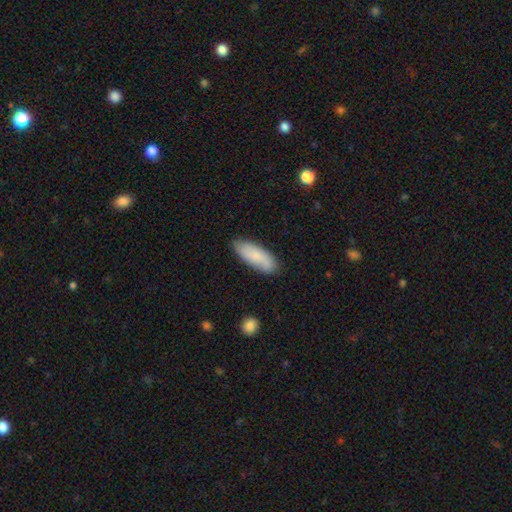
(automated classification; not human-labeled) Smooth or featured? smooth (75%)
How rounded? in between (70%)
Merging? none (79%)